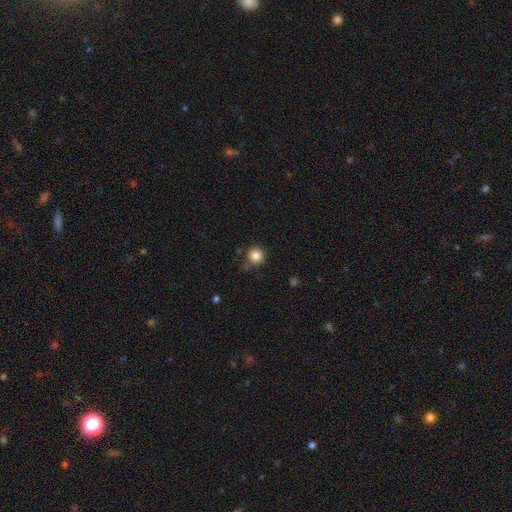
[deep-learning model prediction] smooth 85%, star or artifact 11%, featured or disk 5%. Down the decision tree: how rounded — round (95%); merging — none (81%).